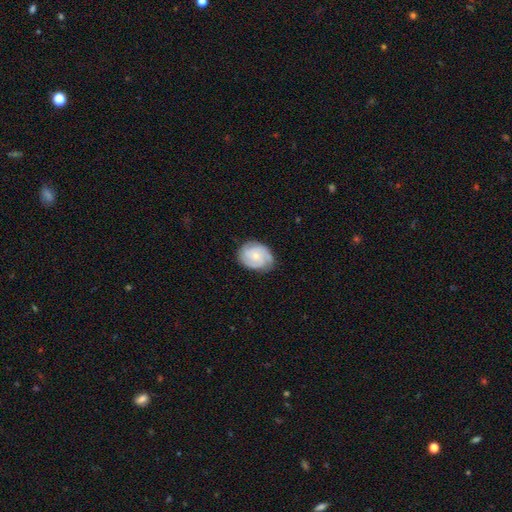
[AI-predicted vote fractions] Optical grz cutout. It shows a featured or disk galaxy (77%) with no bar (71%), 3 (47%) tight (61%) spiral arms (96%) and a small central bulge (60%). Merging: none (78%).